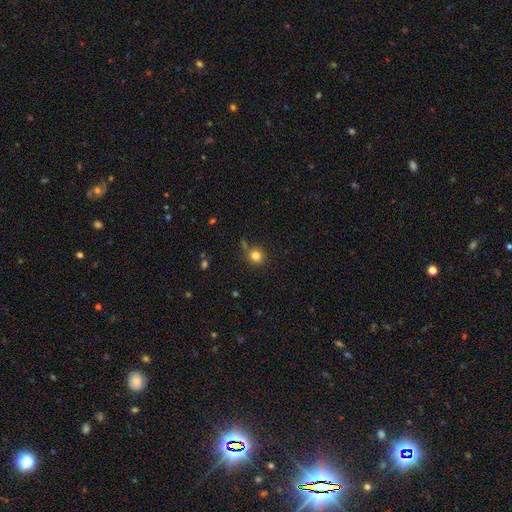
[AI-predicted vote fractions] Smooth or featured? smooth (81%)
How rounded? round (86%)
Merging? none (74%)